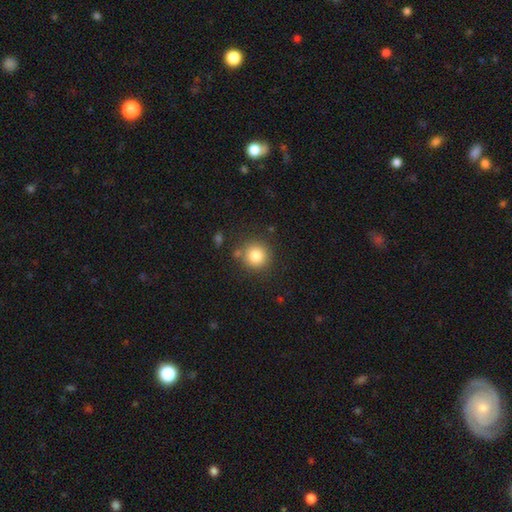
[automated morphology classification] smooth 82%, star or artifact 11%, featured or disk 8%. Down the decision tree: how rounded — round (93%); merging — none (81%).